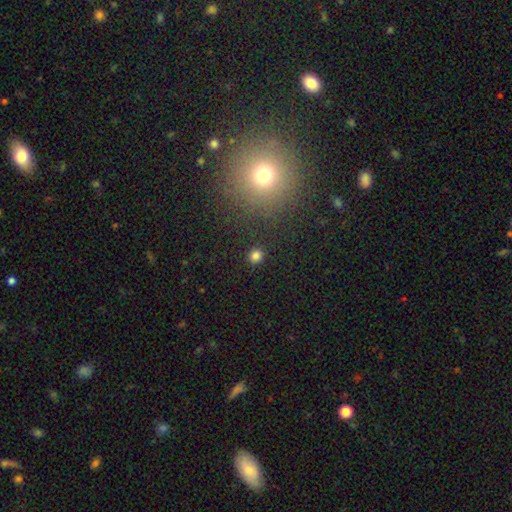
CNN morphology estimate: Smooth or featured? Predicted: smooth (p=0.81). How rounded? Predicted: round (p=0.89). Merging? Predicted: none (p=0.90).